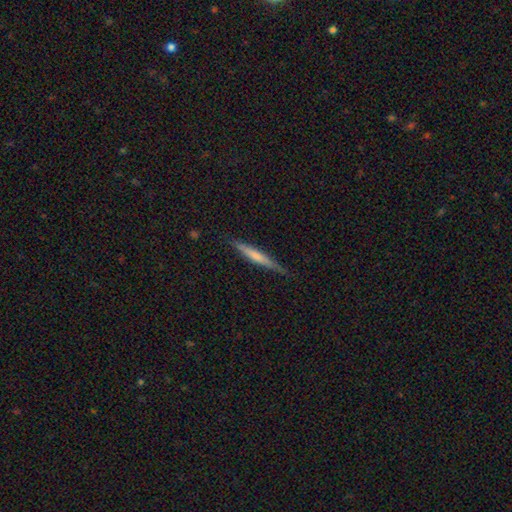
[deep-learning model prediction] The model was most divided on "smooth or featured": smooth: 53%, featured or disk: 41%, star or artifact: 6%. More confident: how rounded — cigar-shaped (95%); merging — none (84%).